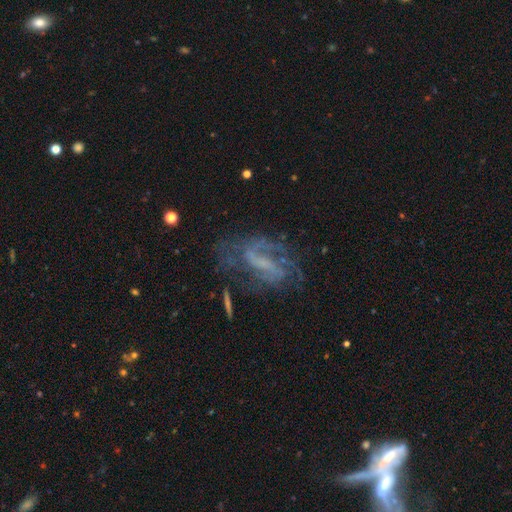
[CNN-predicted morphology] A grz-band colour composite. It shows a featured or disk galaxy (70%) with a weak bar (40%), 2 (55%) medium (42%) spiral arms (78%) and no central bulge (48%). Merging: none (54%).